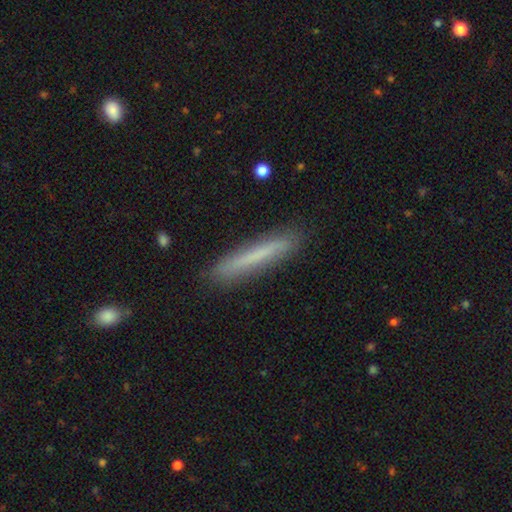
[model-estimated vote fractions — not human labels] A smooth galaxy with no disk features (65%) that is cigar-shaped (95%).

Vote fractions:
- Smooth or featured? smooth: 65% / featured or disk: 28% / star or artifact: 7%
- How rounded? cigar-shaped: 95% / in between: 4% / round: 1%
- Merging? none: 87% / minor disturbance: 9% / major disturbance: 2% / merger: 1%